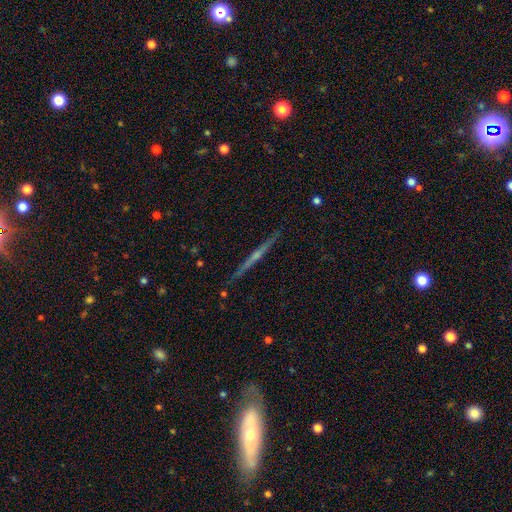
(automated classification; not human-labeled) The model was most divided on "edge-on bulge": rounded: 67%, none: 24%, boxy: 9%. More confident: edge-on disk — yes (92%); merging — none (83%); smooth or featured — featured or disk (67%).